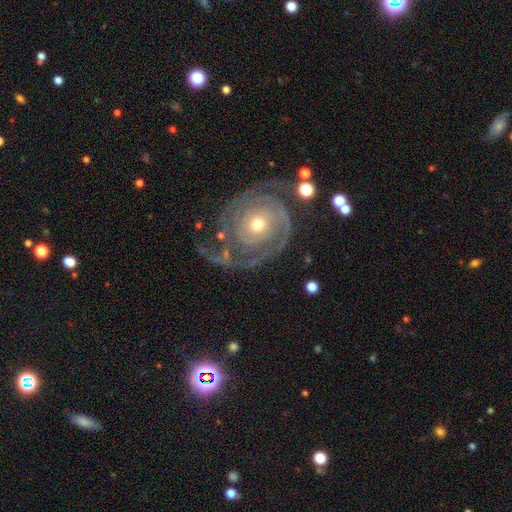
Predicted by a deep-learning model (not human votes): Smooth or featured?
  - featured or disk: 84% *
  - star or artifact: 9%
  - smooth: 7%
Edge-on disk?
  - no: 97% *
  - yes: 3%
Bar?
  - no: 79% *
  - weak: 15%
  - strong: 6%
Spiral arms?
  - yes: 95% *
  - no: 5%
Spiral winding?
  - tight: 75% *
  - medium: 20%
  - loose: 5%
Spiral arm count?
  - 2: 33% *
  - can't tell: 23%
  - 3: 19%
  - 1: 10%
  - 4: 8%
  - more than 4: 7%
Bulge size?
  - small: 51% *
  - moderate: 44%
  - large: 3%
  - none: 1%
  - dominant: 1%
Merging?
  - none: 70% *
  - minor disturbance: 16%
  - major disturbance: 11%
  - merger: 3%